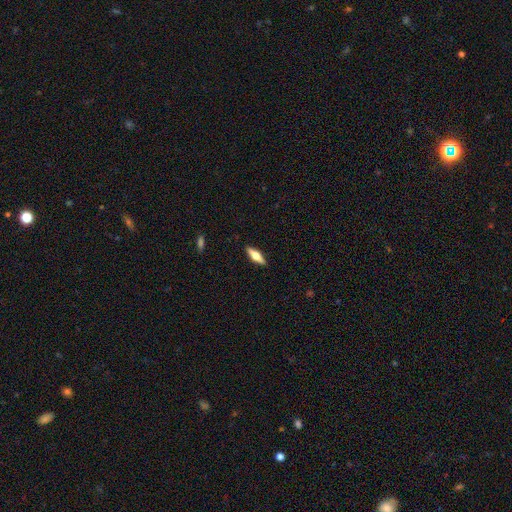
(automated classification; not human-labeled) Smooth or featured? Predicted: smooth (p=0.47, tied with featured or disk). Merging? Predicted: none (p=0.89).